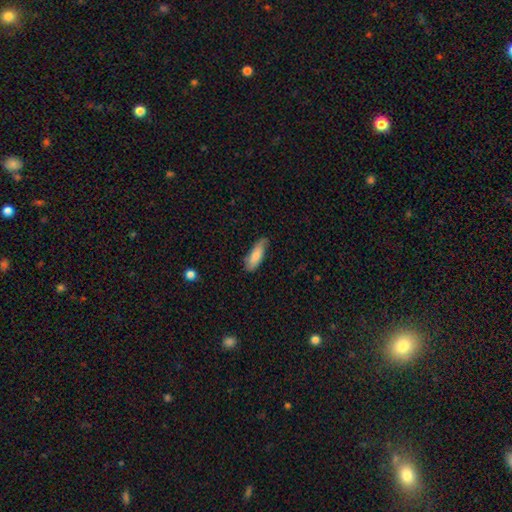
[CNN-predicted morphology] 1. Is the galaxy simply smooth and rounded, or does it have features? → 79% smooth, 15% featured or disk, 6% star or artifact.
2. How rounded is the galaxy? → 63% in between, 35% cigar-shaped, 2% round.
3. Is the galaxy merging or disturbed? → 68% none, 26% minor disturbance, 4% major disturbance, 2% merger.